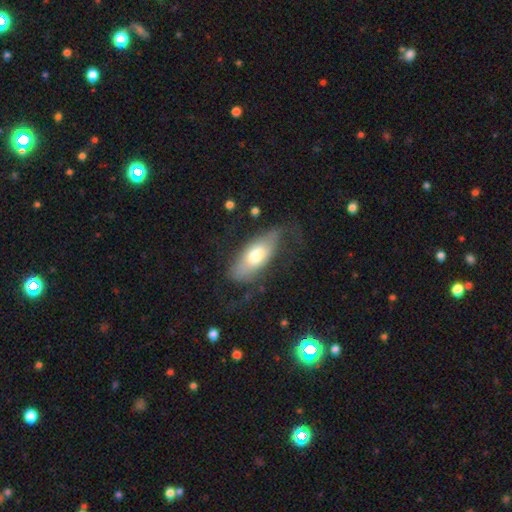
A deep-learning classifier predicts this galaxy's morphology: Smooth or featured? smooth (57%)
How rounded? in between (80%)
Merging? none (53%)